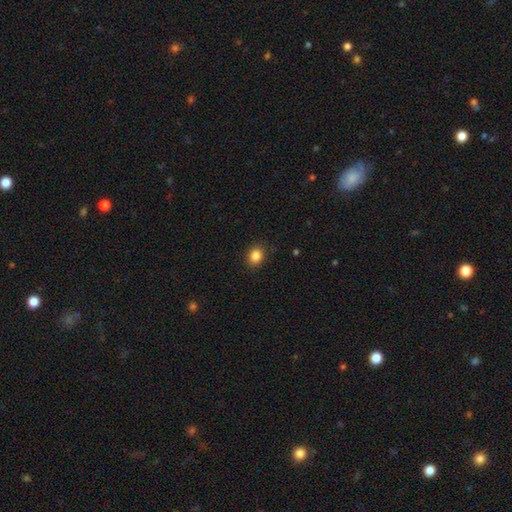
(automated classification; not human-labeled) This appears to be a smooth galaxy with no disk features (86%) that is round (60%). Merging: none (87%).